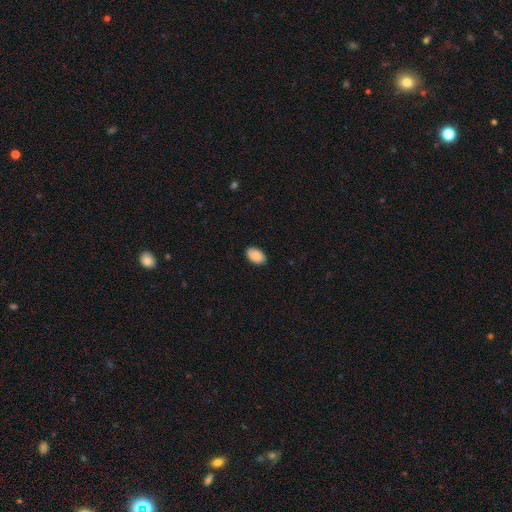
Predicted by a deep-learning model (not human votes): Q: Smooth or featured?
A: smooth (87%); runner-up: star or artifact (7%)
Q: How rounded?
A: in between (90%); runner-up: round (8%)
Q: Merging?
A: none (87%); runner-up: minor disturbance (10%)